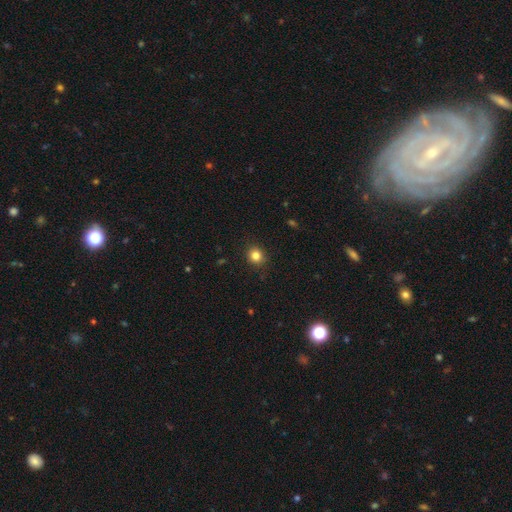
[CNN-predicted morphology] This is clearly a smooth galaxy (83%). How rounded: clearly round (83%). Merging: clearly none (89%).